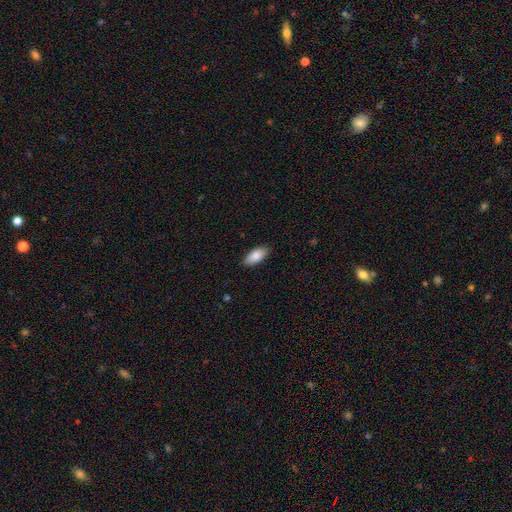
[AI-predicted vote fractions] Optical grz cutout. It shows a smooth galaxy with no disk features (86%) that is in between round and cigar-shaped (90%). Merging: none (88%).